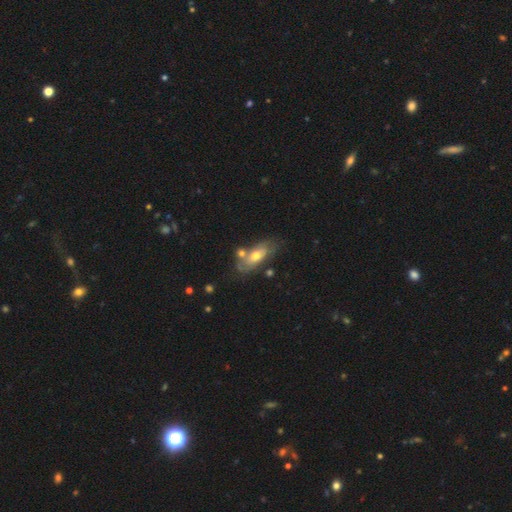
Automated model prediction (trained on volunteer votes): A featured or disk galaxy (52%). Merging: none (54%).